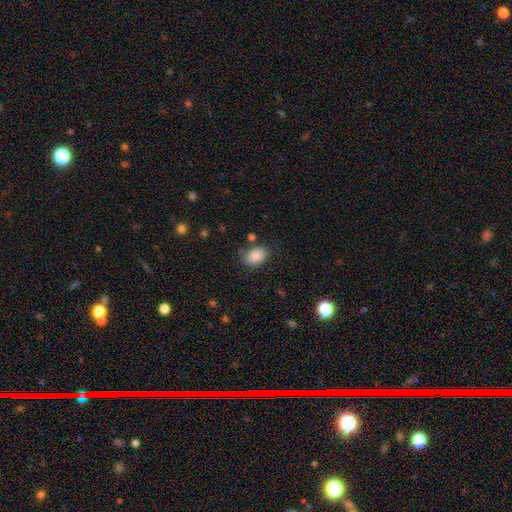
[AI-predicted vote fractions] A smooth galaxy with no disk features (87%) that is in between round and cigar-shaped (78%).

Vote fractions:
- Smooth or featured? smooth: 87% / star or artifact: 8% / featured or disk: 5%
- How rounded? in between: 78% / round: 21% / cigar-shaped: 1%
- Merging? none: 74% / minor disturbance: 17% / major disturbance: 5% / merger: 4%